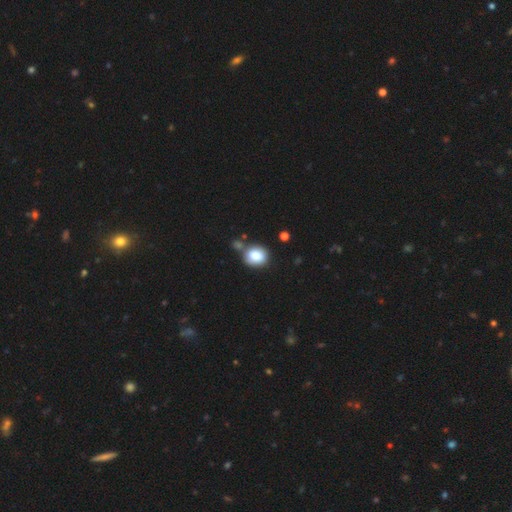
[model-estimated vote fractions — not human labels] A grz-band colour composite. It shows a smooth galaxy with no disk features (84%) that is round (60%). Merging: none (58%).